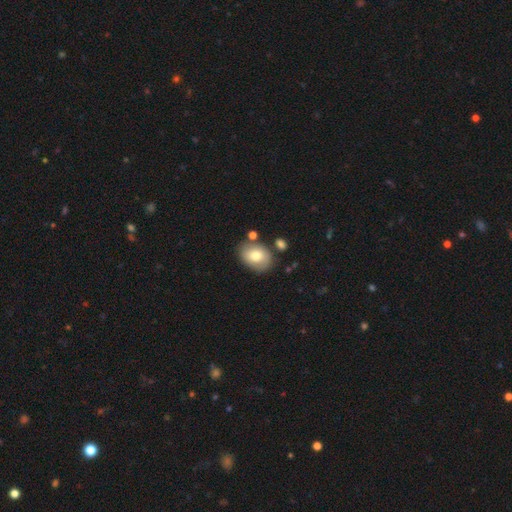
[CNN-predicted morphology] This is likely a smooth galaxy (73%). How rounded: likely in between (66%). Merging: likely none (72%).